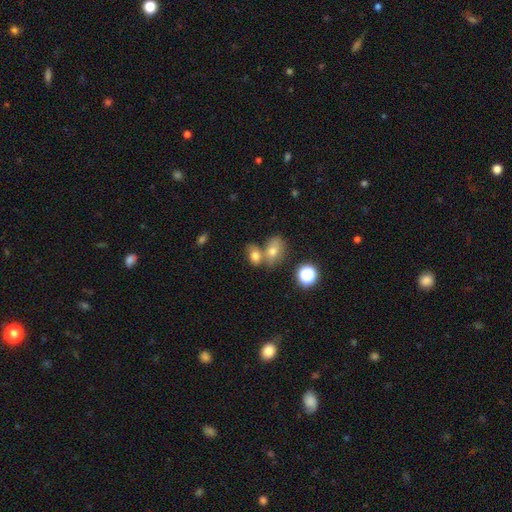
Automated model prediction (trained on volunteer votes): This is likely a smooth galaxy (73%). How rounded: likely in between (73%). Merging: possibly merger (48%).